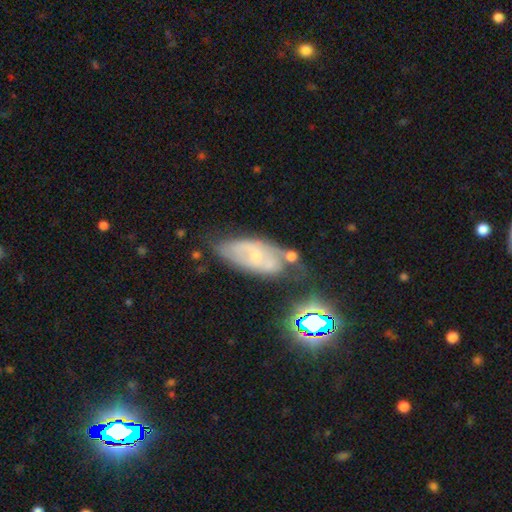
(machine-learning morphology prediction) A featured or disk galaxy (56%). Merging: none (50%).